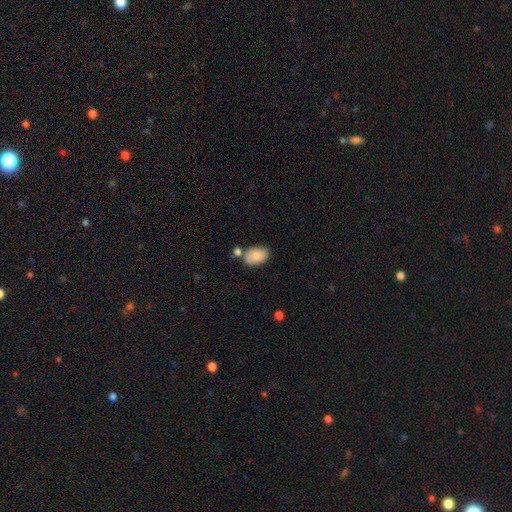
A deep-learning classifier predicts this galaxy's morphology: The model was most divided on "merging": none: 57%, merger: 19%, minor disturbance: 19%, major disturbance: 5%. More confident: how rounded — in between (89%); smooth or featured — smooth (85%).